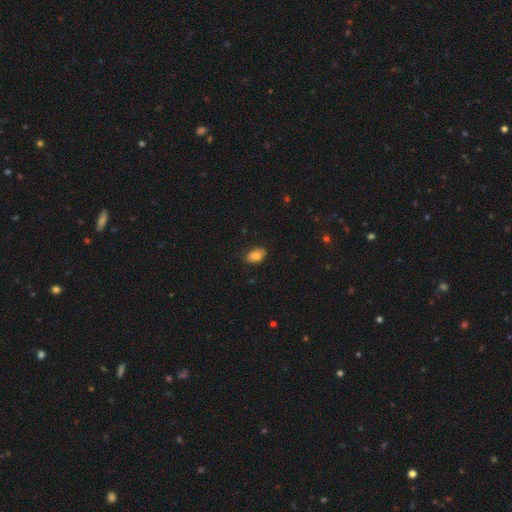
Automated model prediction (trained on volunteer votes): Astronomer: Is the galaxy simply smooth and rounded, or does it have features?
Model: smooth — 82%.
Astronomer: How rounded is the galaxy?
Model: in between — 90%.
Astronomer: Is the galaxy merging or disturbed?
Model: none — 79%.